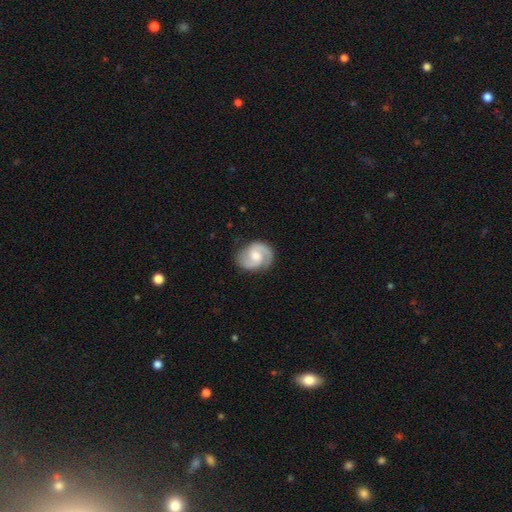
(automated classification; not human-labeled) Smooth or featured? featured or disk (84%)
Edge-on disk? no (98%)
Bar? no (51%)
Spiral arms? yes (97%)
Spiral winding? medium (52%)
Spiral arm count? 2 (91%)
Bulge size? moderate (61%)
Merging? none (83%)